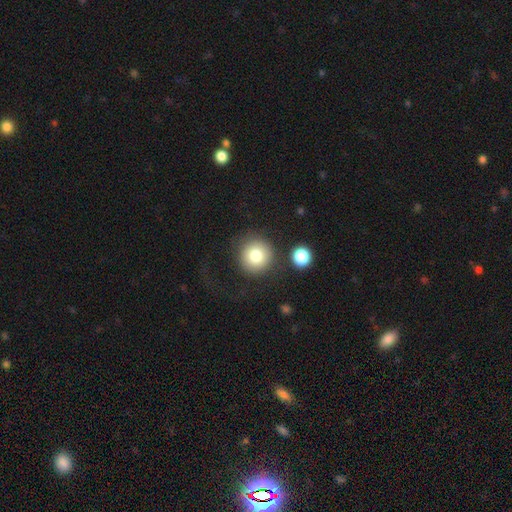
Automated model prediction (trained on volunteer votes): Q: Smooth or featured?
A: smooth (80%); runner-up: star or artifact (10%)
Q: How rounded?
A: round (94%); runner-up: in between (5%)
Q: Merging?
A: none (77%); runner-up: minor disturbance (10%)